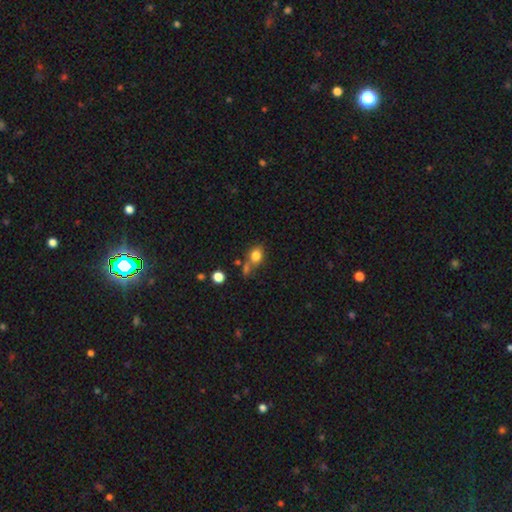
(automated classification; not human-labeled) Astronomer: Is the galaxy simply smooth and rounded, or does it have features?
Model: smooth — 81%.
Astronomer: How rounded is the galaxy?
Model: in between — 53% (runner-up: round, 46%).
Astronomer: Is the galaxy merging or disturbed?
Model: none — 57%.